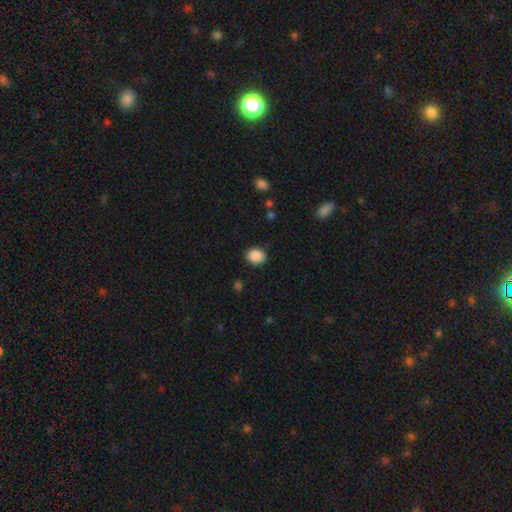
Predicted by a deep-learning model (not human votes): smooth_or_featured: smooth (p=0.89) [alt: star or artifact p=0.08]
how_rounded: round (p=0.51) [alt: in between p=0.48]
merging: none (p=0.88) [alt: minor disturbance p=0.09]